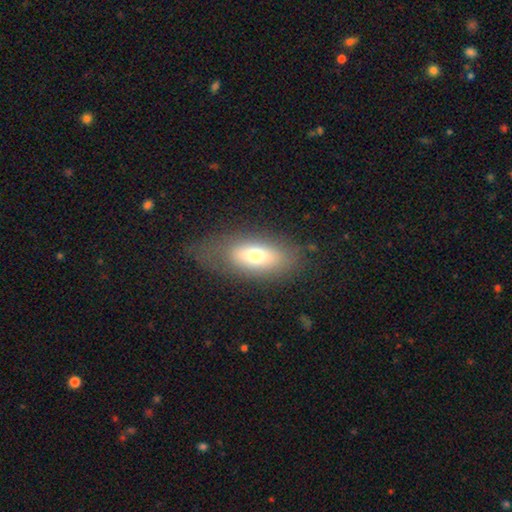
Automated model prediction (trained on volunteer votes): Smooth or featured?
  - smooth: 69% *
  - featured or disk: 22%
  - star or artifact: 9%
How rounded?
  - in between: 84% *
  - cigar-shaped: 11%
  - round: 5%
Merging?
  - none: 65% *
  - minor disturbance: 20%
  - major disturbance: 13%
  - merger: 2%